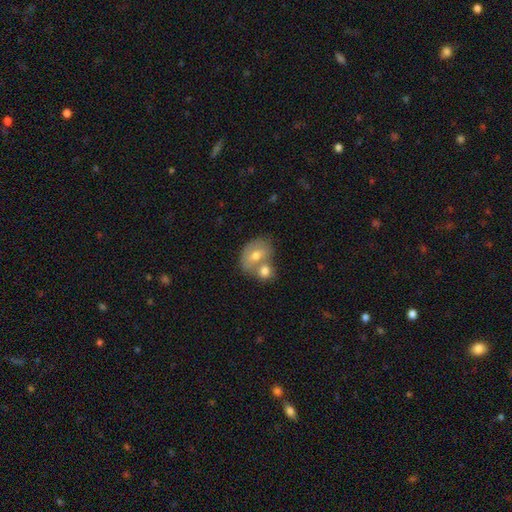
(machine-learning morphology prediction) A smooth galaxy with no disk features (63%) that is in between round and cigar-shaped (60%).

Vote fractions:
- Smooth or featured? smooth: 63% / featured or disk: 29% / star or artifact: 8%
- How rounded? in between: 60% / round: 39% / cigar-shaped: 1%
- Merging? merger: 55% / none: 32% / minor disturbance: 10% / major disturbance: 4%